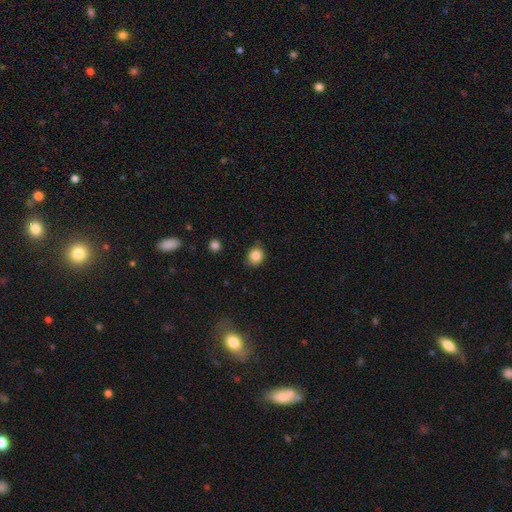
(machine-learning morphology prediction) This is clearly a smooth galaxy (84%). How rounded: likely round (77%). Merging: clearly none (81%).